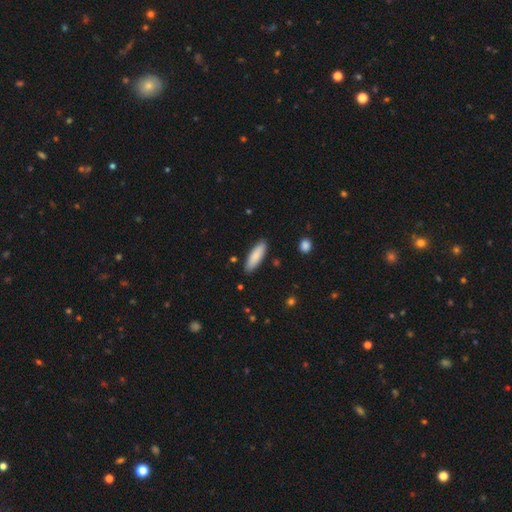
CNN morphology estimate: Overall: smooth (86%). How rounded: cigar-shaped (55%; in between 44%). Merging: none (88%).